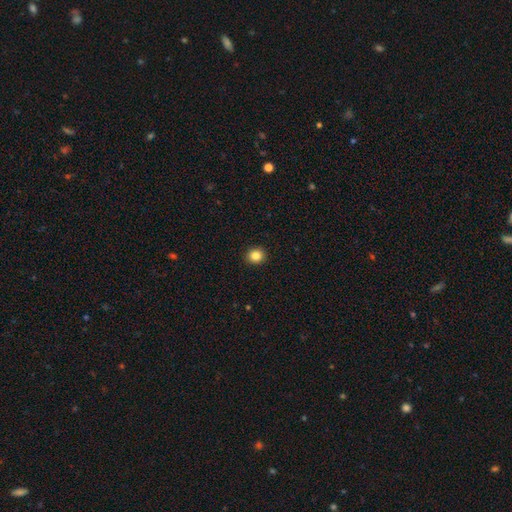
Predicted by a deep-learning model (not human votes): This appears to be a smooth galaxy with no disk features (85%) that is round (84%). Merging: none (92%).